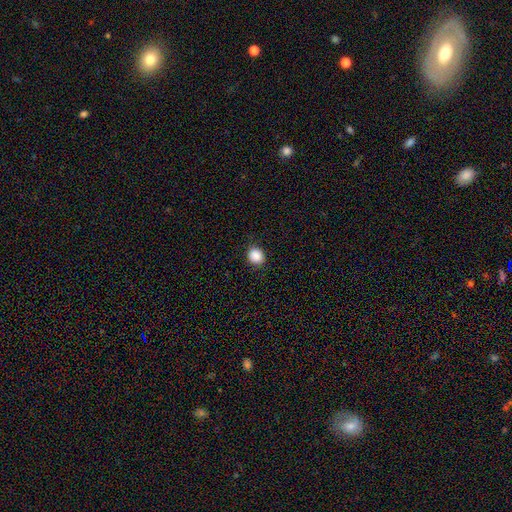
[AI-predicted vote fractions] Smooth or featured?
  - smooth: 88% *
  - star or artifact: 9%
  - featured or disk: 3%
How rounded?
  - round: 77% *
  - in between: 22%
  - cigar-shaped: 1%
Merging?
  - none: 88% *
  - minor disturbance: 8%
  - major disturbance: 2%
  - merger: 1%